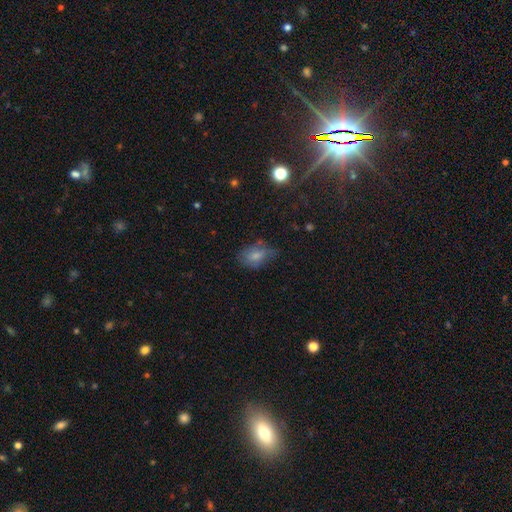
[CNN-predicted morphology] smooth 71%, featured or disk 19%, star or artifact 10%. Down the decision tree: how rounded — in between (84%); merging — none (53%).